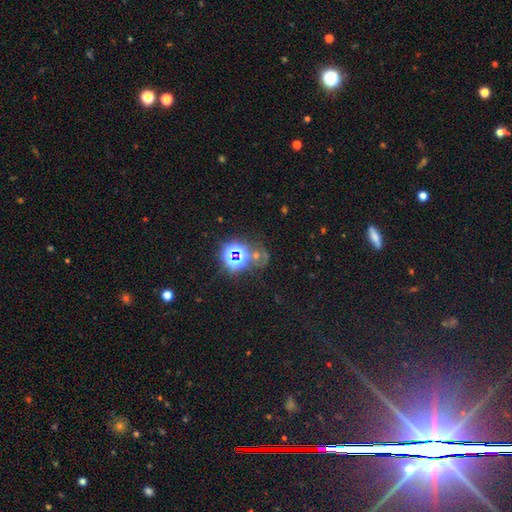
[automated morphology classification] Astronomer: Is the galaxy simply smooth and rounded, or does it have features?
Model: star or artifact — 70%.